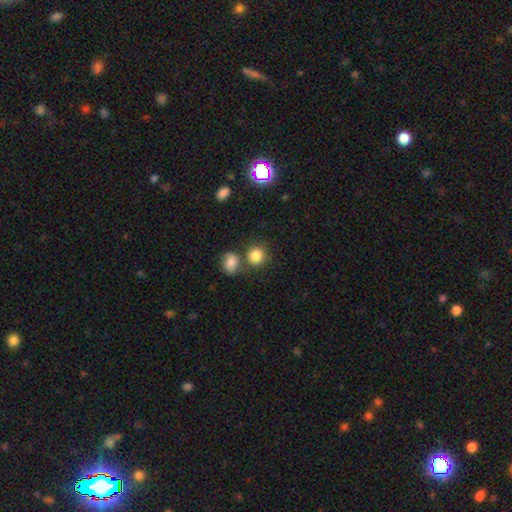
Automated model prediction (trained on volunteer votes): Smooth or featured?
  - smooth: 83% *
  - star or artifact: 11%
  - featured or disk: 6%
How rounded?
  - round: 83% *
  - in between: 16%
  - cigar-shaped: 1%
Merging?
  - none: 62% *
  - merger: 24%
  - minor disturbance: 10%
  - major disturbance: 4%